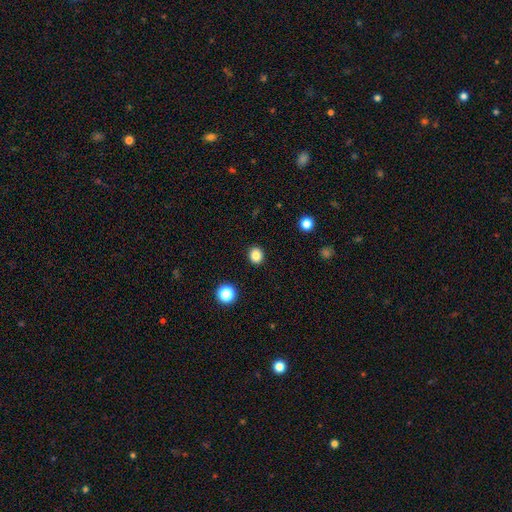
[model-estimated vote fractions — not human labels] Smooth or featured: smooth — 84% (star or artifact — 11%)
How rounded: round — 75% (in between — 24%)
Merging: none — 91% (minor disturbance — 6%)